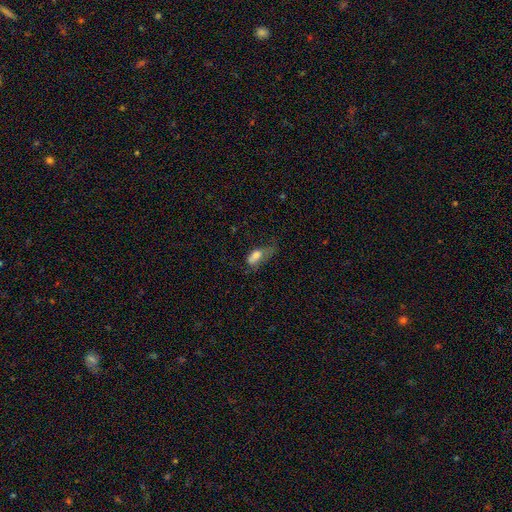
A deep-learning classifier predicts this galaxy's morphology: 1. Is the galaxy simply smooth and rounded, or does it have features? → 72% smooth, 18% featured or disk, 10% star or artifact.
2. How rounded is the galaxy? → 82% in between, 12% cigar-shaped, 6% round.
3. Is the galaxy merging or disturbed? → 45% major disturbance, 29% minor disturbance, 22% none, 4% merger.